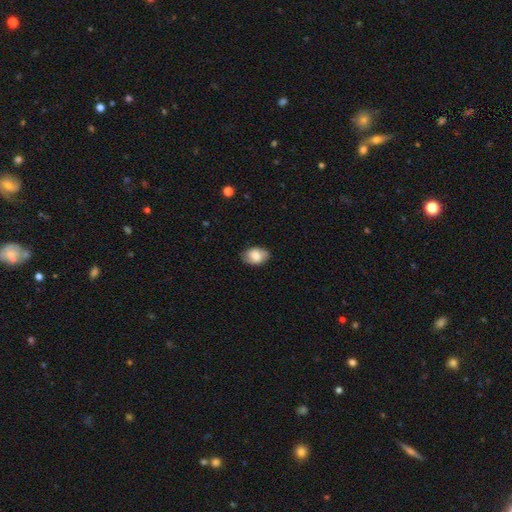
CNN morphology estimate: type=smooth (76%); roundness=in between (84%); merging=none (79%).